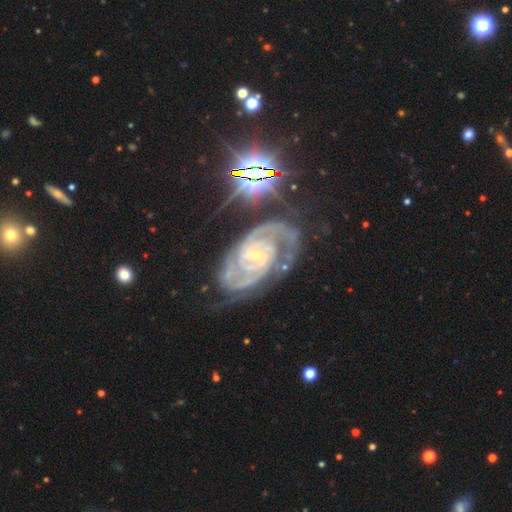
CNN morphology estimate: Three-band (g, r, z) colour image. It shows a featured or disk galaxy (90%) with a weak bar (44%), 2 (61%) tight (62%) spiral arms (98%) and a small central bulge (80%). Merging: none (67%).